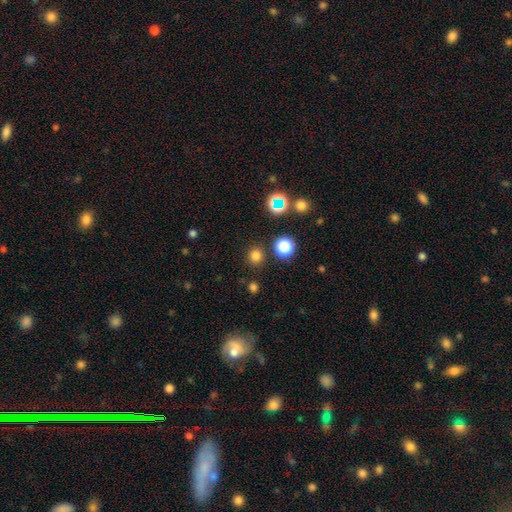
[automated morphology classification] This is likely a smooth galaxy (76%). How rounded: clearly round (91%). Merging: clearly none (88%).